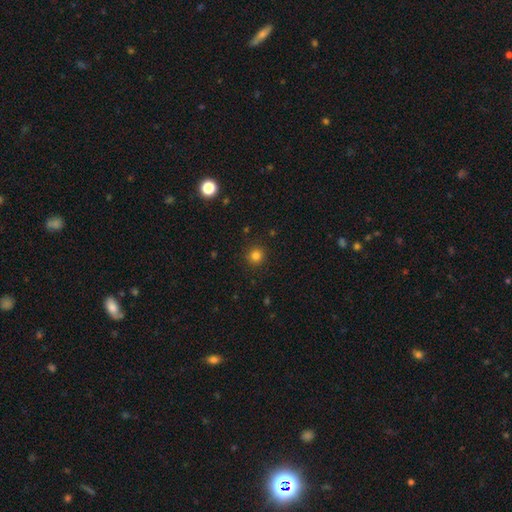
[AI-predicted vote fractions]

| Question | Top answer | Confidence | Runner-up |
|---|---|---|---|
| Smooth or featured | smooth | 82% | star or artifact (14%) |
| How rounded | round | 94% | in between (5%) |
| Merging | none | 91% | minor disturbance (6%) |